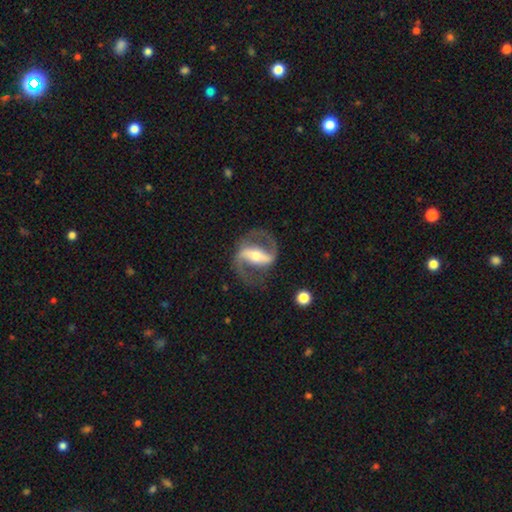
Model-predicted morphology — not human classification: Smooth or featured: featured or disk — 89% (smooth — 6%)
Edge-on disk: no — 95% (yes — 5%)
Bar: strong — 69% (weak — 20%)
Spiral arms: yes — 93% (no — 7%)
Spiral winding: medium — 54% (loose — 30%)
Spiral arm count: 2 — 92% (can't tell — 3%)
Bulge size: moderate — 57% (small — 31%)
Merging: none — 77% (minor disturbance — 12%)